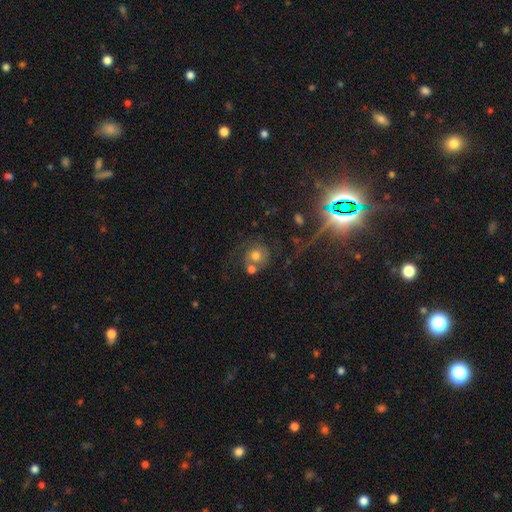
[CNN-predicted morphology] smooth-or-featured: featured or disk: 44% | smooth: 43% | star or artifact: 13%
  merging: none: 44% | merger: 25% | minor disturbance: 15% | major disturbance: 15%